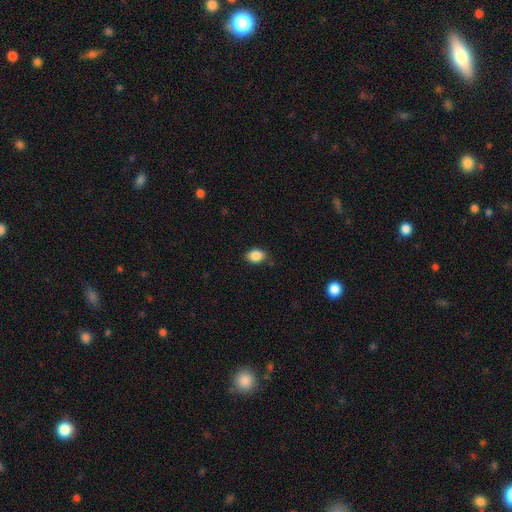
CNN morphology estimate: A smooth galaxy with no disk features (87%) that is in between round and cigar-shaped (70%). Merging: none (80%).